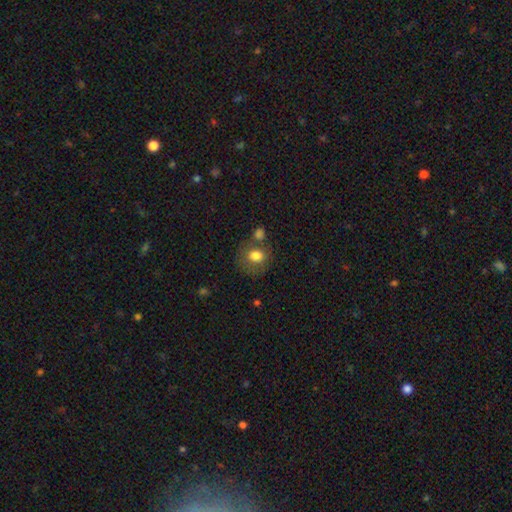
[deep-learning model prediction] This appears to be a smooth galaxy with no disk features (77%) that is round (67%). Merging: none (57%).